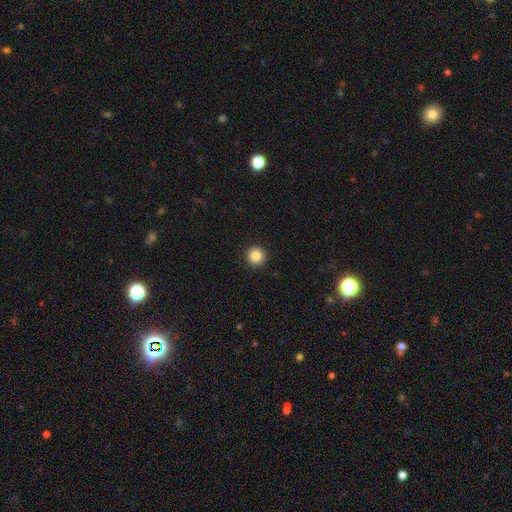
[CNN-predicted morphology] Q: Smooth or featured?
A: smooth (86%); runner-up: star or artifact (10%)
Q: How rounded?
A: round (96%); runner-up: in between (3%)
Q: Merging?
A: none (93%); runner-up: minor disturbance (4%)